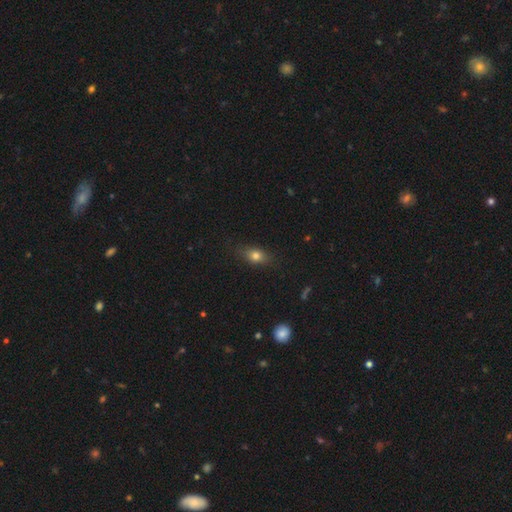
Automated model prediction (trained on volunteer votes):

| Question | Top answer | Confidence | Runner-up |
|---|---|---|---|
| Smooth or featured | smooth | 75% | featured or disk (13%) |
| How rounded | in between | 71% | round (22%) |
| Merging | none | 80% | minor disturbance (15%) |